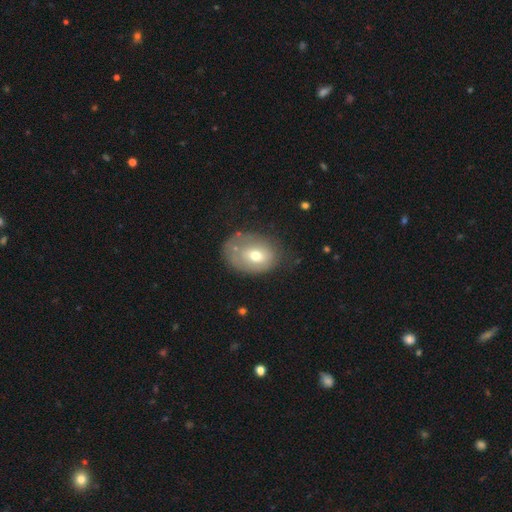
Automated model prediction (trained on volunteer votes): A smooth galaxy with no disk features (60%) that is in between round and cigar-shaped (68%).

Vote fractions:
- Smooth or featured? smooth: 60% / featured or disk: 31% / star or artifact: 9%
- How rounded? in between: 68% / round: 31% / cigar-shaped: 1%
- Merging? none: 47% / minor disturbance: 30% / major disturbance: 18% / merger: 5%